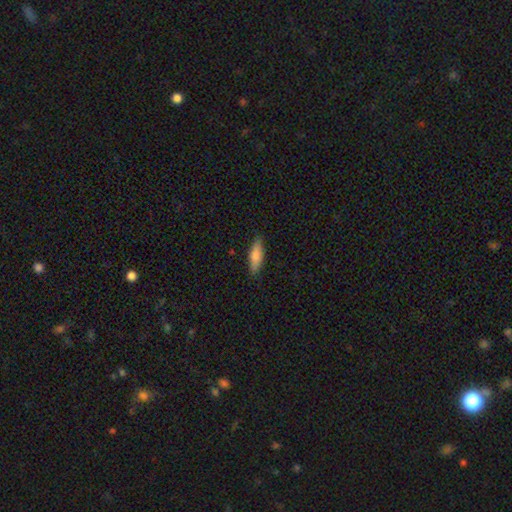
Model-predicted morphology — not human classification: type=smooth (75%); roundness=in between (51%); merging=none (84%).